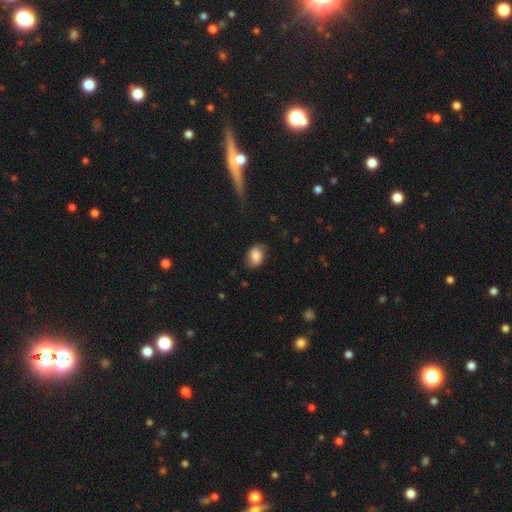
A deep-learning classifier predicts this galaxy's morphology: smooth_or_featured: smooth (p=0.69) [alt: featured or disk p=0.23]
how_rounded: in between (p=0.75) [alt: round p=0.24]
merging: none (p=0.69) [alt: minor disturbance p=0.22]